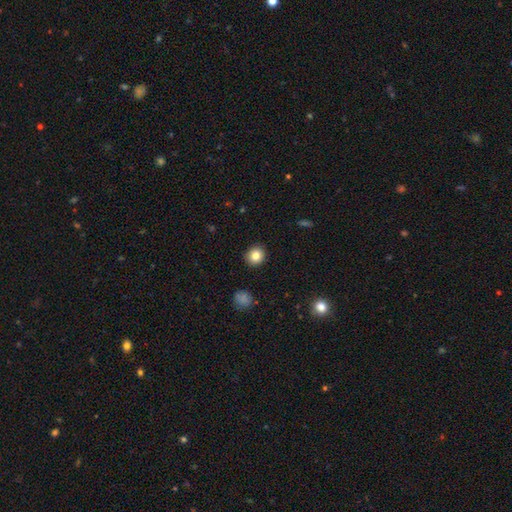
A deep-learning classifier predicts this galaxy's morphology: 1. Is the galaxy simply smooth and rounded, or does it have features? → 83% smooth, 10% star or artifact, 7% featured or disk.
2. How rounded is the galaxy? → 87% round, 12% in between, 1% cigar-shaped.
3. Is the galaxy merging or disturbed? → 91% none, 6% minor disturbance, 2% major disturbance, 1% merger.